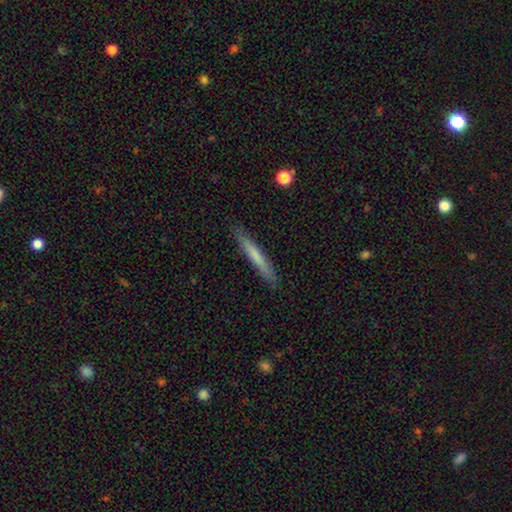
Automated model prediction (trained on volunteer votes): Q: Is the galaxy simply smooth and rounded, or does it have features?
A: smooth — 66%.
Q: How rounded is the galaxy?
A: cigar-shaped — 96%.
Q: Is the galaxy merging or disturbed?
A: none — 89%.